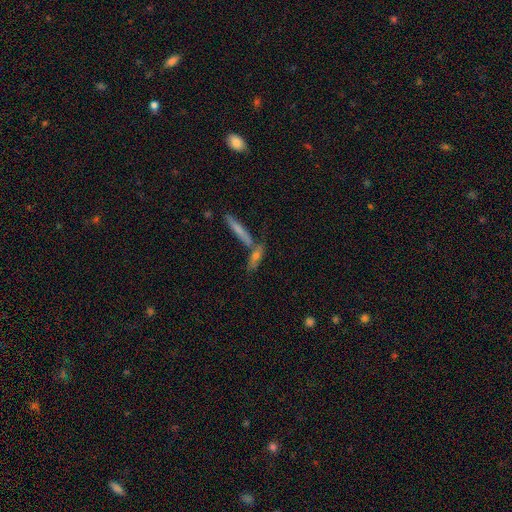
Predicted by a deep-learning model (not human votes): smooth_or_featured: smooth (p=0.37) [alt: featured or disk p=0.32]
merging: none (p=0.55) [alt: merger p=0.26]